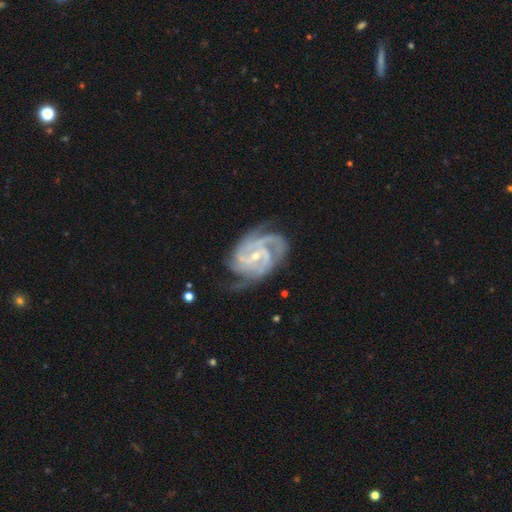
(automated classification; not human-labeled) smooth_or_featured: featured or disk (p=0.93) [alt: star or artifact p=0.04]
disk_edge_on: no (p=0.98) [alt: yes p=0.02]
bar: weak (p=0.46) [alt: no p=0.34]
has_spiral_arms: yes (p=0.99) [alt: no p=0.01]
spiral_winding: tight (p=0.53) [alt: medium p=0.41]
spiral_arm_count: 3 (p=0.43) [alt: 4 p=0.21]
bulge_size: small (p=0.67) [alt: moderate p=0.30]
merging: none (p=0.66) [alt: minor disturbance p=0.21]